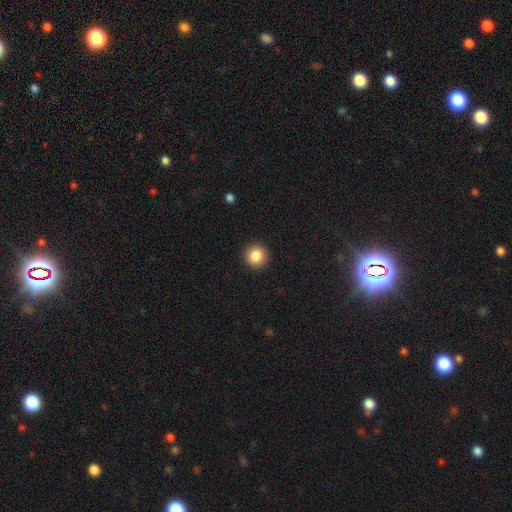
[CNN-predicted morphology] Q: Smooth or featured?
A: smooth (87%); runner-up: star or artifact (9%)
Q: How rounded?
A: round (95%); runner-up: in between (4%)
Q: Merging?
A: none (93%); runner-up: minor disturbance (5%)